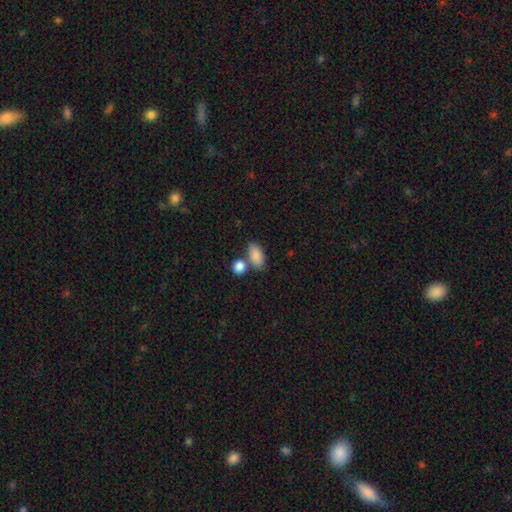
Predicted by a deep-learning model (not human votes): smooth-or-featured: smooth: 86% | star or artifact: 7% | featured or disk: 7%
  how-rounded: in between: 89% | round: 7% | cigar-shaped: 3%
  merging: none: 56% | merger: 27% | minor disturbance: 13% | major disturbance: 4%